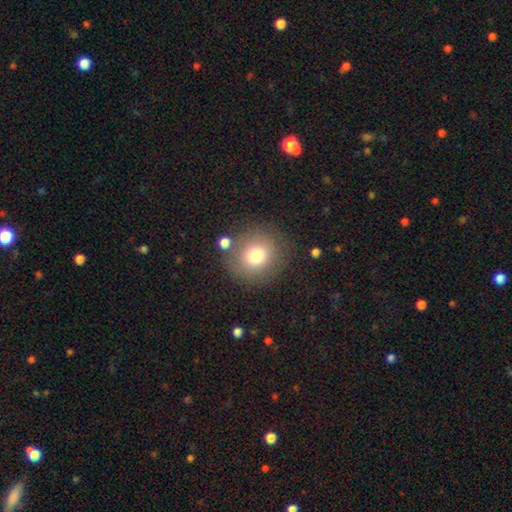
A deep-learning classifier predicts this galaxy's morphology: Q: Smooth or featured?
A: smooth (78%); runner-up: featured or disk (12%)
Q: How rounded?
A: round (89%); runner-up: in between (11%)
Q: Merging?
A: none (79%); runner-up: minor disturbance (11%)